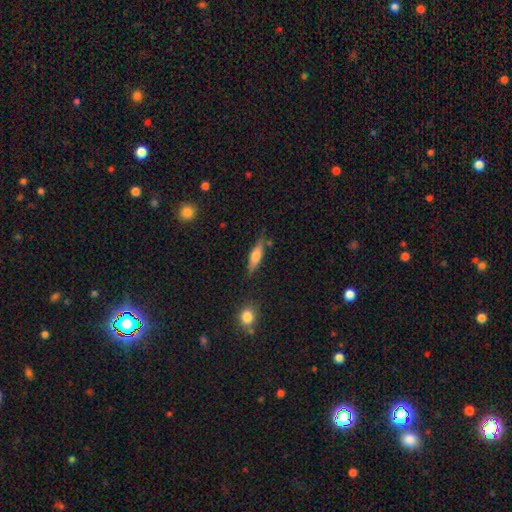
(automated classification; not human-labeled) smooth_or_featured: smooth (p=0.66) [alt: featured or disk p=0.27]
how_rounded: cigar-shaped (p=0.62) [alt: in between p=0.36]
merging: none (p=0.75) [alt: minor disturbance p=0.17]